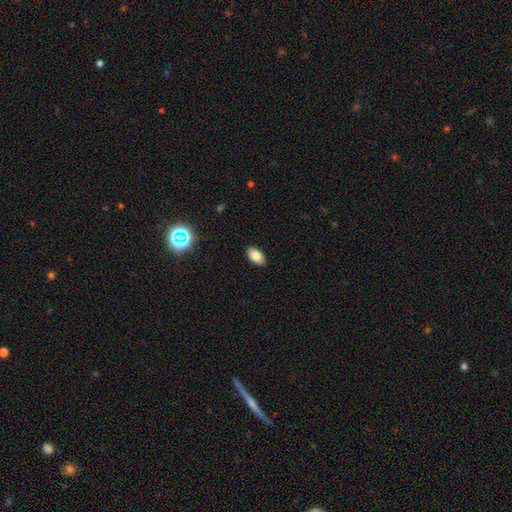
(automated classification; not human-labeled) Smooth or featured: smooth — 83% (star or artifact — 9%)
How rounded: in between — 94% (round — 4%)
Merging: none — 89% (minor disturbance — 8%)